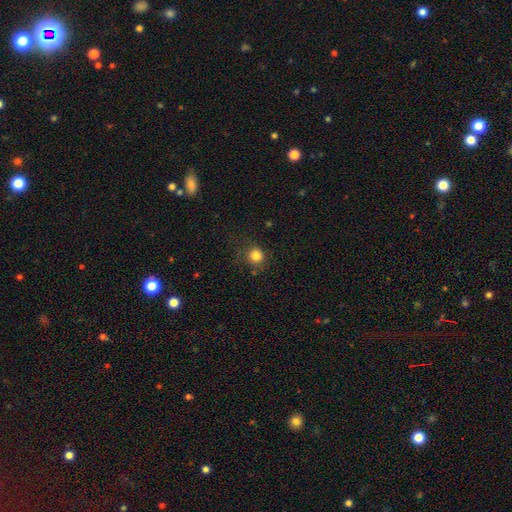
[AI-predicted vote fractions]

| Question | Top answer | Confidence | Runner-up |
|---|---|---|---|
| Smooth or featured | smooth | 83% | star or artifact (11%) |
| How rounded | round | 91% | in between (8%) |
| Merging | none | 76% | minor disturbance (15%) |